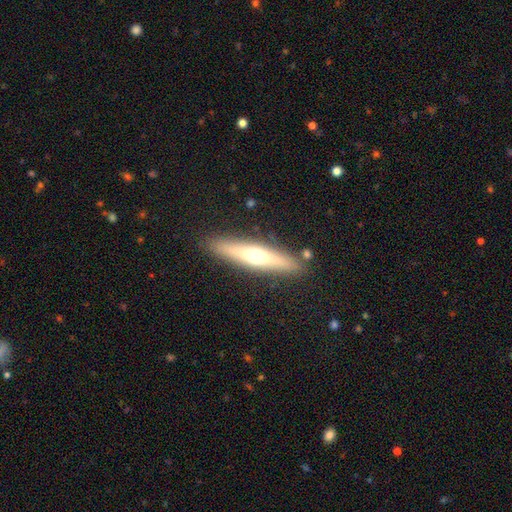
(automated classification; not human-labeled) featured or disk 51%, smooth 42%, star or artifact 6%. Down the decision tree: edge-on disk — yes (90%); merging — none (87%).